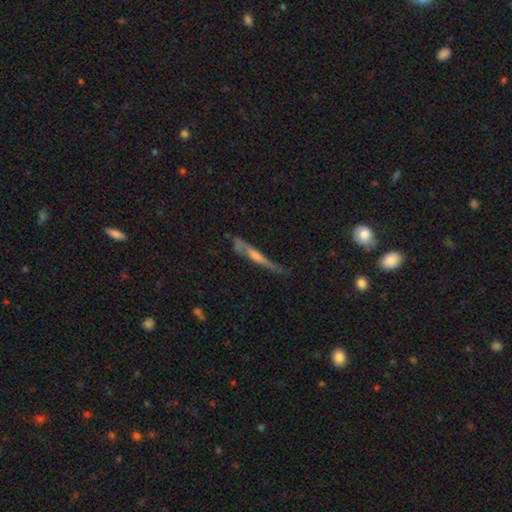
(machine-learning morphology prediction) This is likely a featured or disk galaxy (68%). It is clearly viewed edge-on (86%). Edge-on bulge: likely rounded (61%). Merging: possibly none (54%).